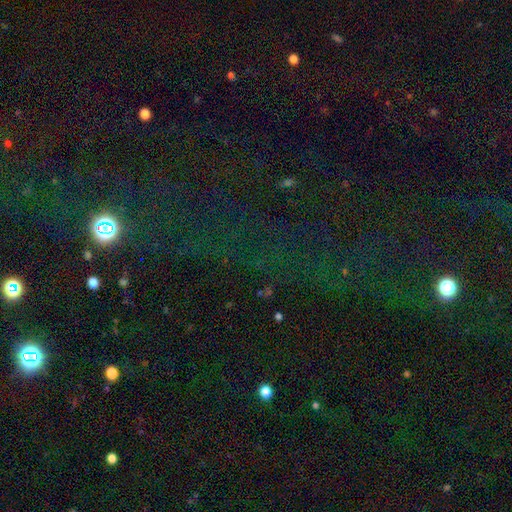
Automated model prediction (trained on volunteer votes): Overall: star or artifact (74%).